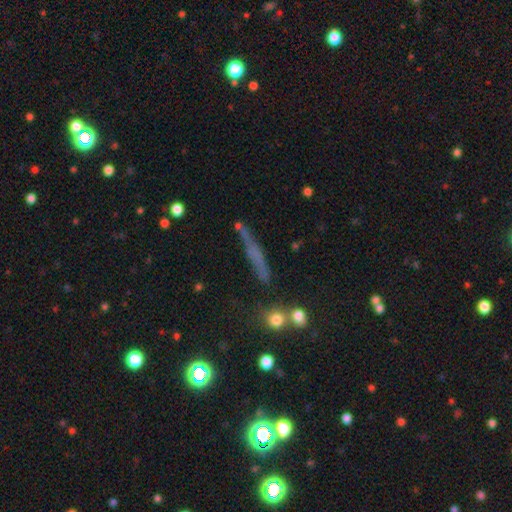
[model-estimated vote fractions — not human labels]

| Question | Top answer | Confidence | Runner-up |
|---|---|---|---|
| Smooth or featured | smooth | 43% | featured or disk (37%) |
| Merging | none | 73% | minor disturbance (15%) |